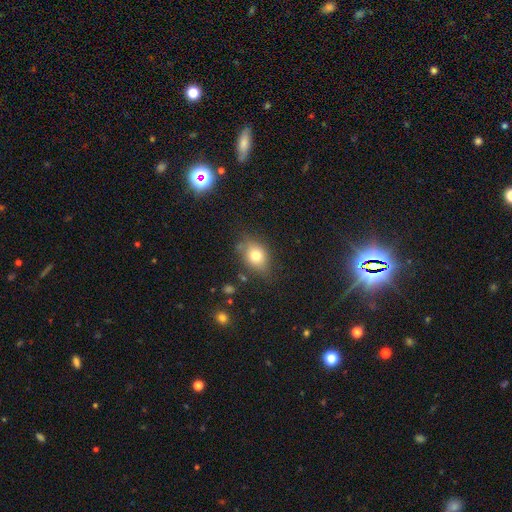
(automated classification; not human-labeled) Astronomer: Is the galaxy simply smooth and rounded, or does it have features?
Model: smooth — 73%.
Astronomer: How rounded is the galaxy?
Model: in between — 64%.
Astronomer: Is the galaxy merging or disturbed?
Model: none — 70%.